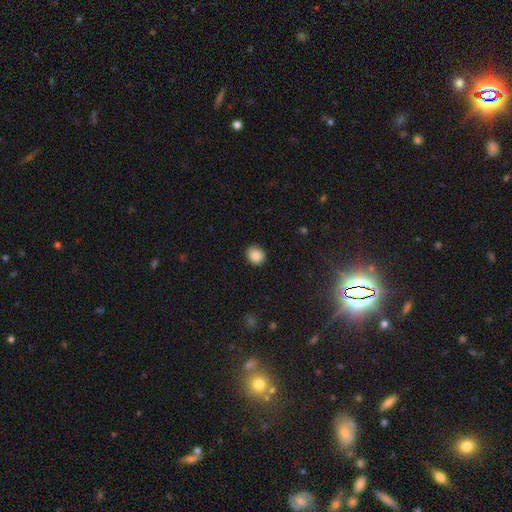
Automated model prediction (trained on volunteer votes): The model was most divided on "how rounded": round: 71%, in between: 28%, cigar-shaped: 1%. More confident: merging — none (88%); smooth or featured — smooth (87%).